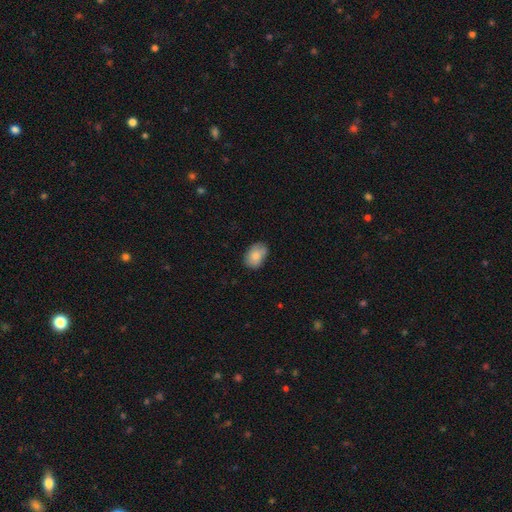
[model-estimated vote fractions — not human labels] Smooth or featured?
  - smooth: 83% *
  - featured or disk: 10%
  - star or artifact: 7%
How rounded?
  - in between: 82% *
  - round: 17%
  - cigar-shaped: 1%
Merging?
  - none: 74% *
  - minor disturbance: 21%
  - major disturbance: 4%
  - merger: 1%